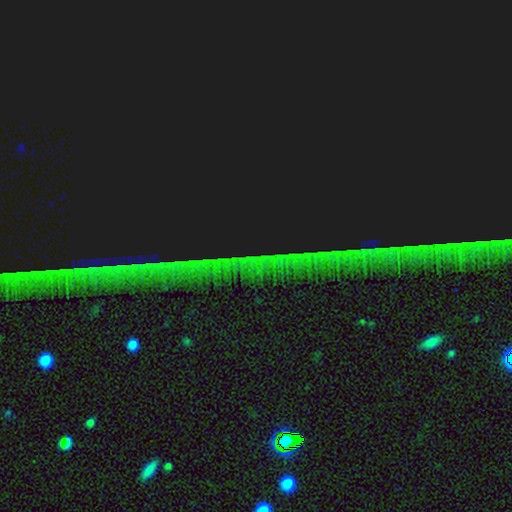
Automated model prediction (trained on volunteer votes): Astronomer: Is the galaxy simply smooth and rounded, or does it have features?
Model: star or artifact — 87%.